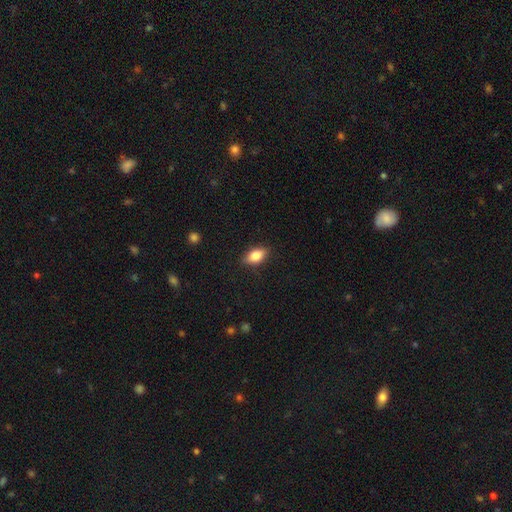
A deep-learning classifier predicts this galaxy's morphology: A smooth galaxy with no disk features (80%) that is in between round and cigar-shaped (86%).

Vote fractions:
- Smooth or featured? smooth: 80% / featured or disk: 12% / star or artifact: 8%
- How rounded? in between: 86% / round: 7% / cigar-shaped: 6%
- Merging? none: 86% / minor disturbance: 11% / major disturbance: 2% / merger: 1%